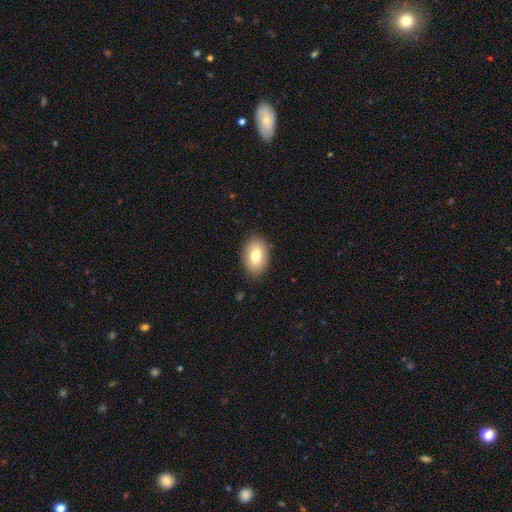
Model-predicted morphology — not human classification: A smooth galaxy with no disk features (78%) that is in between round and cigar-shaped (88%). Merging: none (87%).